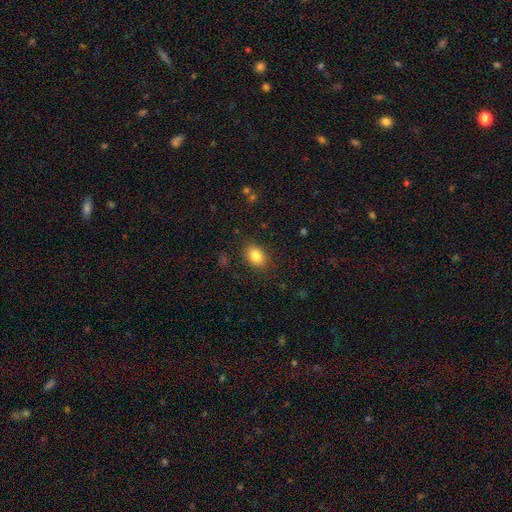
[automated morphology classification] A smooth galaxy with no disk features (84%) that is in between round and cigar-shaped (70%). Merging: none (87%).